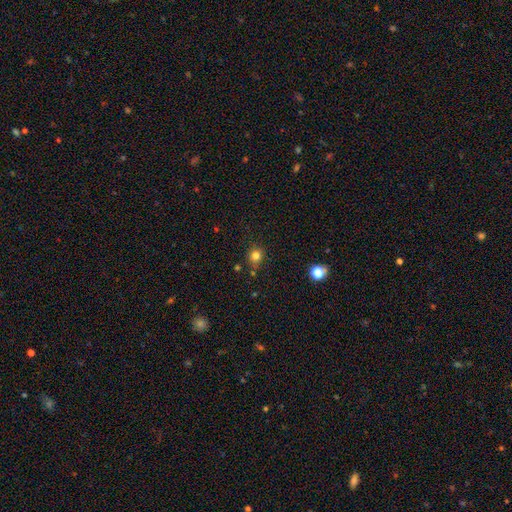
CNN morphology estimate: The model was most divided on "merging": none: 78%, minor disturbance: 14%, merger: 5%, major disturbance: 3%. More confident: how rounded — round (85%); smooth or featured — smooth (80%).